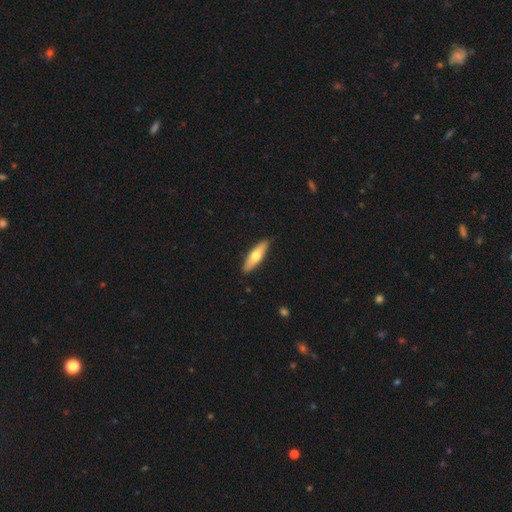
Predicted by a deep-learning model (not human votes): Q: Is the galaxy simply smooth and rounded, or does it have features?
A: smooth — 60%.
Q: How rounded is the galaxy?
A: cigar-shaped — 59%.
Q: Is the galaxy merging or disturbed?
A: none — 88%.